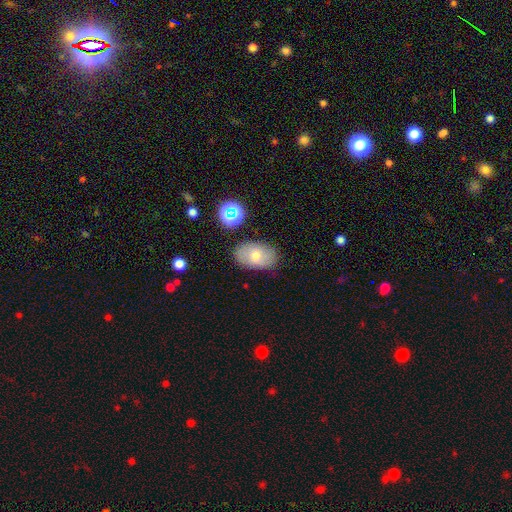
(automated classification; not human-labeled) The model was most divided on "smooth or featured": smooth: 65%, featured or disk: 25%, star or artifact: 10%. More confident: how rounded — in between (88%); merging — none (82%).